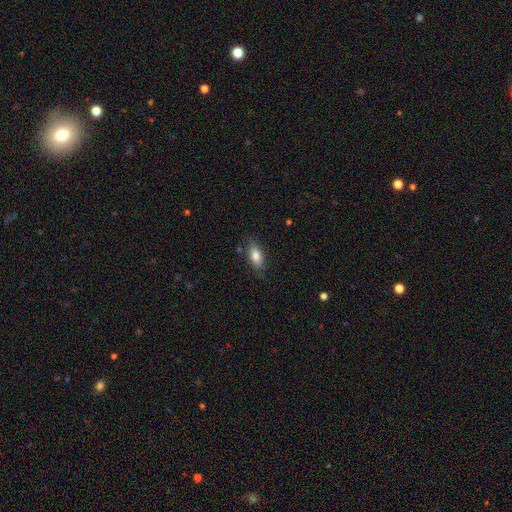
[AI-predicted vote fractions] This appears to be a smooth galaxy with no disk features (79%) that is in between round and cigar-shaped (81%). Merging: none (79%).